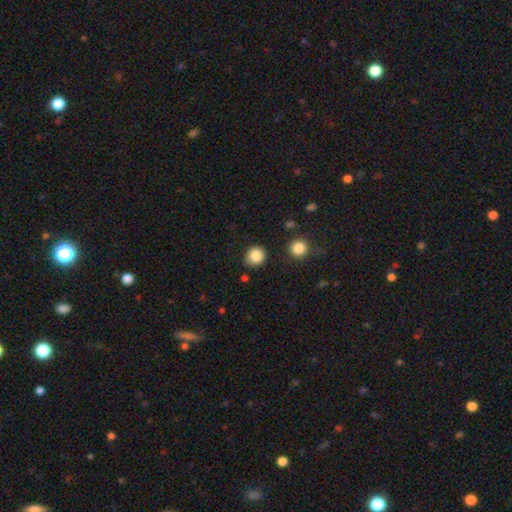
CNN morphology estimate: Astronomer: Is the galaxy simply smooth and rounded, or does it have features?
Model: smooth — 86%.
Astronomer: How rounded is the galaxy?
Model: round — 85%.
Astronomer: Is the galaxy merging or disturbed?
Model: none — 80%.